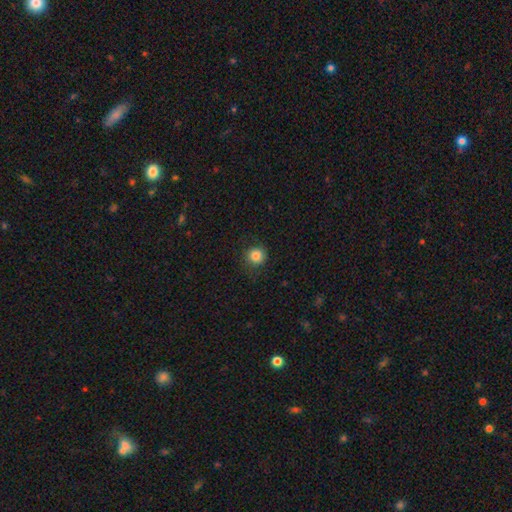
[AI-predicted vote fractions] This appears to be a smooth galaxy with no disk features (84%) that is round (91%). Merging: none (81%).